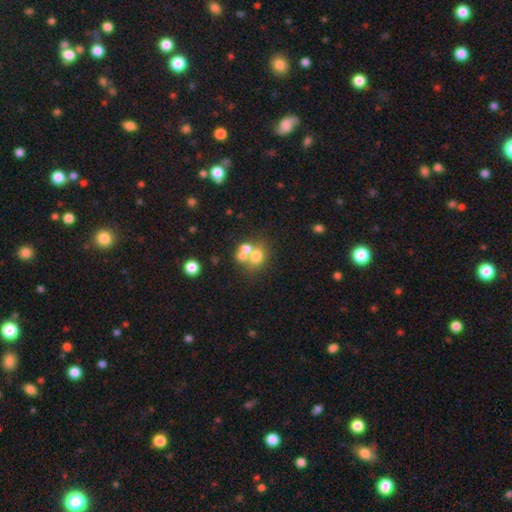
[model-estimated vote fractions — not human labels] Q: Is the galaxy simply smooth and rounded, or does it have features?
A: smooth — 61%.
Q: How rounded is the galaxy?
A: round — 70%.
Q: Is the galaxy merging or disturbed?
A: merger — 45%.